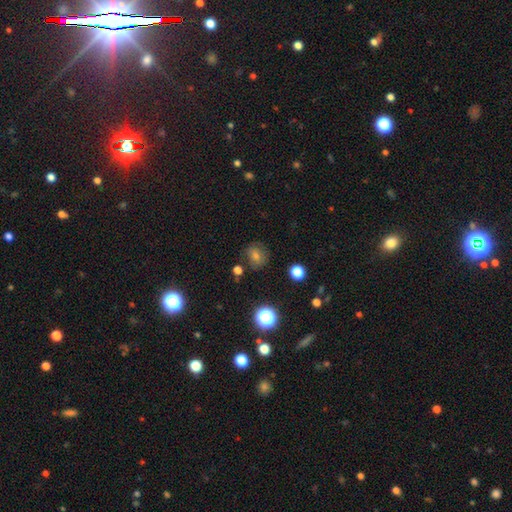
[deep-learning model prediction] Q: Smooth or featured?
A: smooth (60%); runner-up: star or artifact (26%)
Q: How rounded?
A: round (80%); runner-up: in between (19%)
Q: Merging?
A: none (81%); runner-up: minor disturbance (12%)